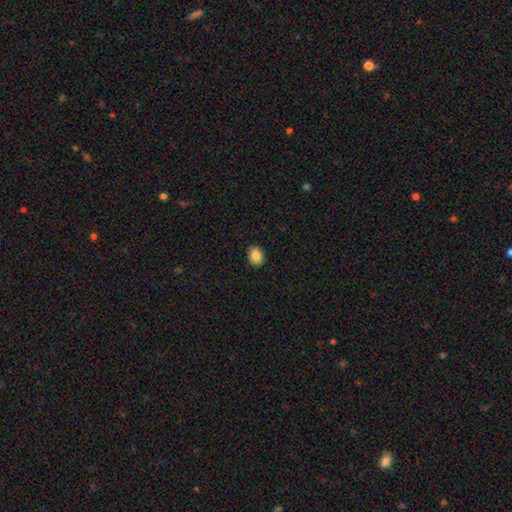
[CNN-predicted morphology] Overall: smooth (85%). How rounded: in between (63%; round 36%). Merging: none (88%).